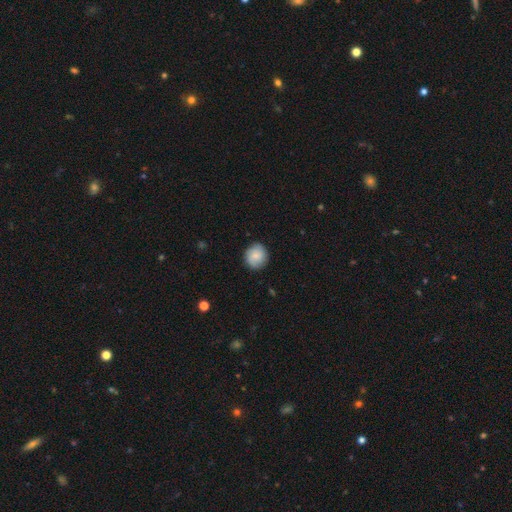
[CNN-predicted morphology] Smooth or featured? Predicted: smooth (p=0.77). How rounded? Predicted: round (p=0.87). Merging? Predicted: none (p=0.86).